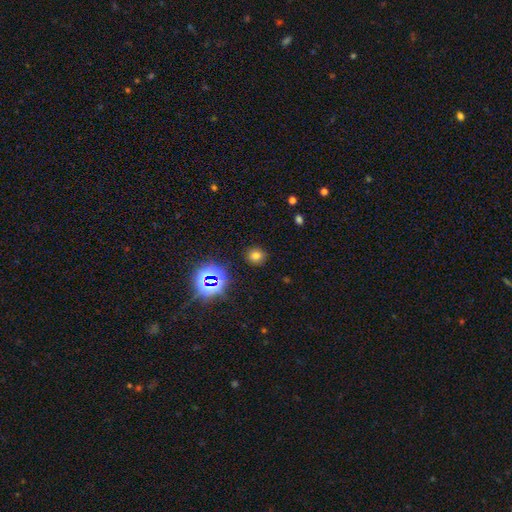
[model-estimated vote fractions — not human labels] smooth_or_featured: smooth (p=0.71) [alt: star or artifact p=0.22]
how_rounded: round (p=0.85) [alt: in between p=0.14]
merging: none (p=0.88) [alt: minor disturbance p=0.07]